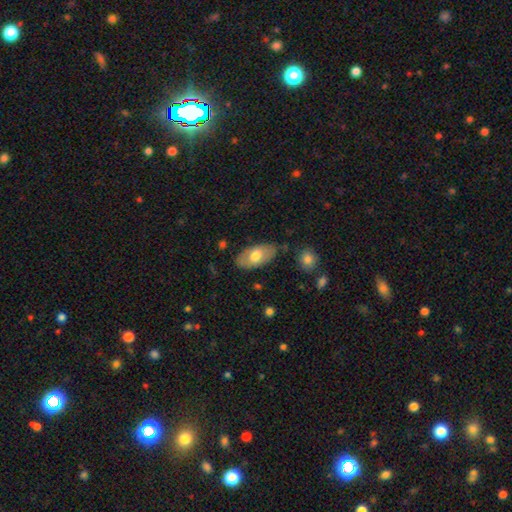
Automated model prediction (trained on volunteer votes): smooth-or-featured: smooth: 65% | featured or disk: 29% | star or artifact: 6%
  how-rounded: in between: 94% | round: 3% | cigar-shaped: 3%
  merging: none: 77% | minor disturbance: 17% | major disturbance: 4% | merger: 3%